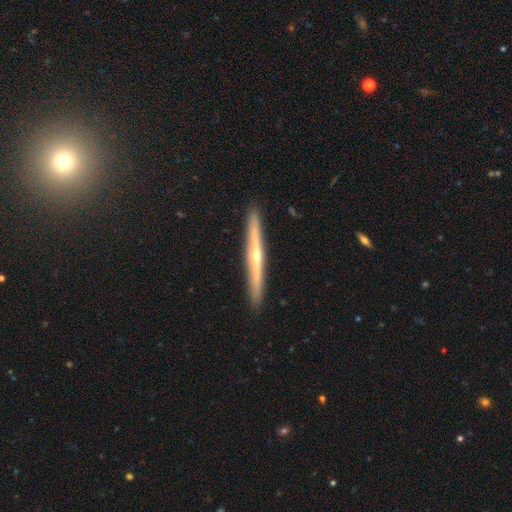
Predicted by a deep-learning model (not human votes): Morphology: type=featured or disk (77%); edge-on=yes (98%); edge-on bulge=rounded (80%); merging=none (92%).